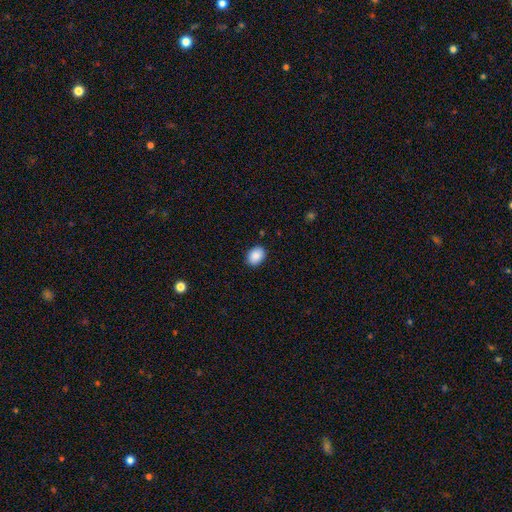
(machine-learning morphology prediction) Overall: smooth (90%). How rounded: in between (73%). Merging: none (89%).